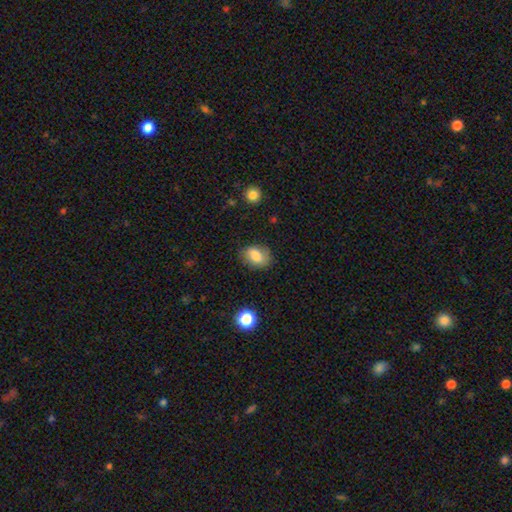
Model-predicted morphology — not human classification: A smooth galaxy with no disk features (78%) that is in between round and cigar-shaped (75%). Merging: none (74%).